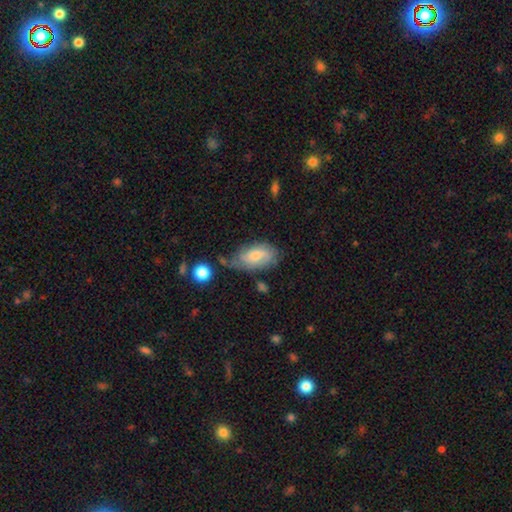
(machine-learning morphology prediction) Q: Smooth or featured?
A: smooth (57%); runner-up: featured or disk (36%)
Q: How rounded?
A: in between (90%); runner-up: cigar-shaped (5%)
Q: Merging?
A: none (53%); runner-up: minor disturbance (32%)